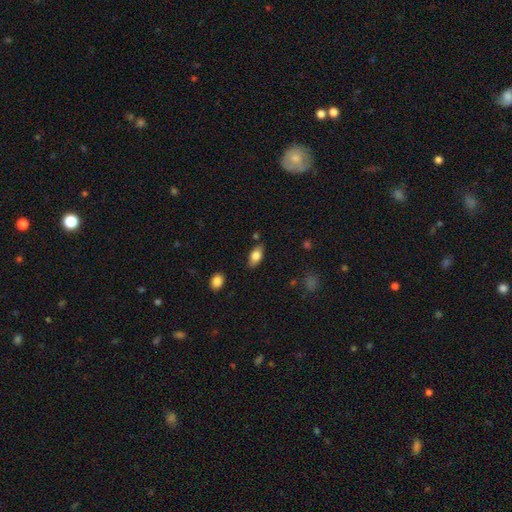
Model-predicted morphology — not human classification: type=smooth (80%); roundness=in between (90%); merging=none (81%).